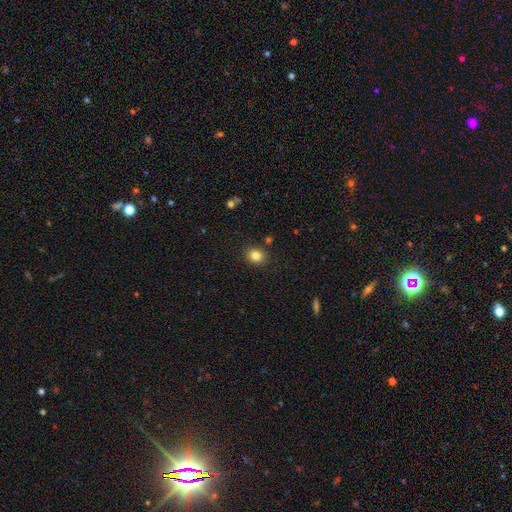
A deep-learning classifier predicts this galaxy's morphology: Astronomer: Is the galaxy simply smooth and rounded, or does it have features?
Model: smooth — 83%.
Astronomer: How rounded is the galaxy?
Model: round — 66%.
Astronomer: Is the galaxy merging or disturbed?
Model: none — 88%.